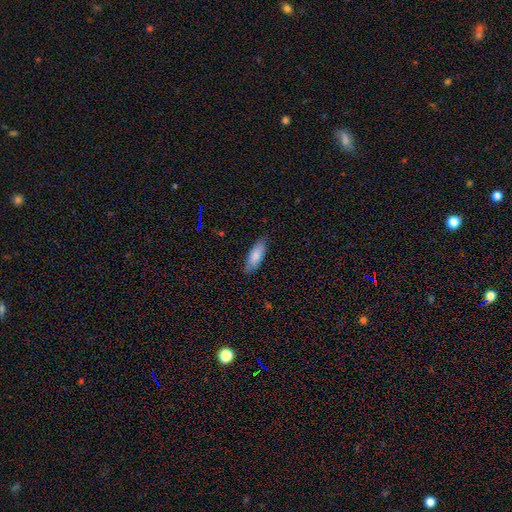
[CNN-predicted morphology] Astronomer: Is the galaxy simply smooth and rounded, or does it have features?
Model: smooth — 83%.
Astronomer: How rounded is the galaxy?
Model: in between — 64%.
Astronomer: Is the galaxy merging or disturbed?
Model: none — 83%.